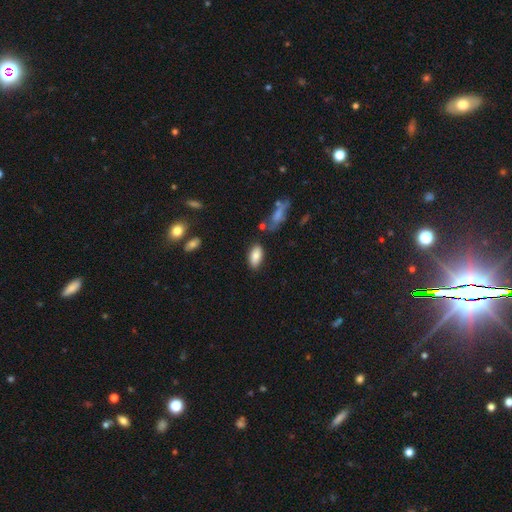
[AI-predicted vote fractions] A smooth galaxy with no disk features (85%) that is in between round and cigar-shaped (91%).

Vote fractions:
- Smooth or featured? smooth: 85% / featured or disk: 8% / star or artifact: 7%
- How rounded? in between: 91% / cigar-shaped: 7% / round: 3%
- Merging? none: 80% / minor disturbance: 12% / merger: 4% / major disturbance: 3%